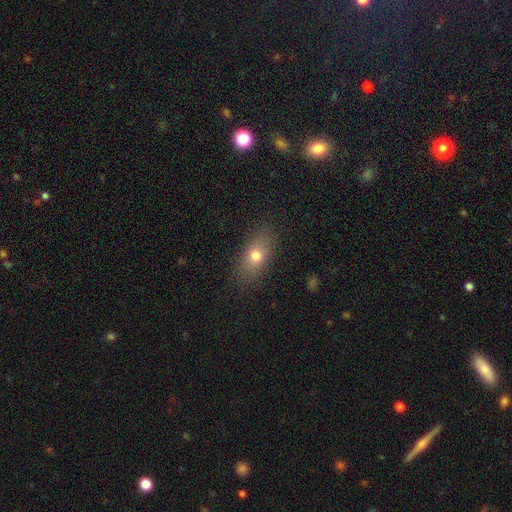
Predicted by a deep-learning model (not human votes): This appears to be a smooth galaxy with no disk features (75%) that is in between round and cigar-shaped (79%). Merging: none (85%).